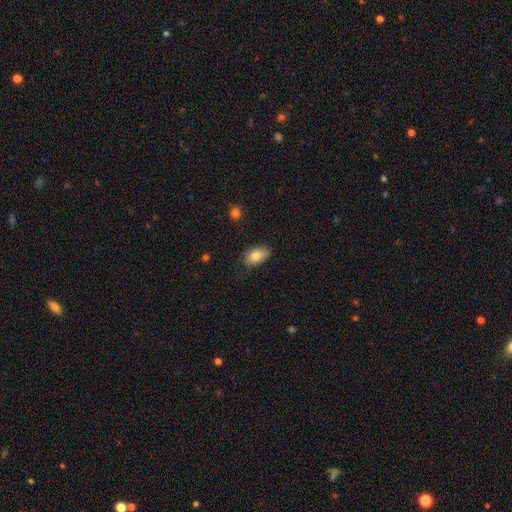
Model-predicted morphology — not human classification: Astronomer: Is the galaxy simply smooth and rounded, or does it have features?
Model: smooth — 81%.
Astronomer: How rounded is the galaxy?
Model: in between — 91%.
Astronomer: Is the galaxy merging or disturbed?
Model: none — 75%.